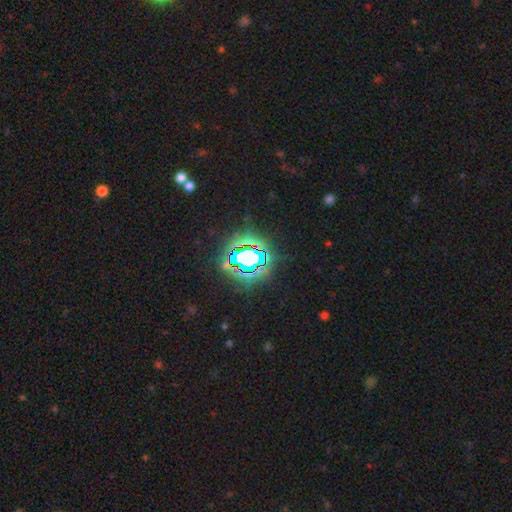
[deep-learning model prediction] Morphology: type=star or artifact (74%).